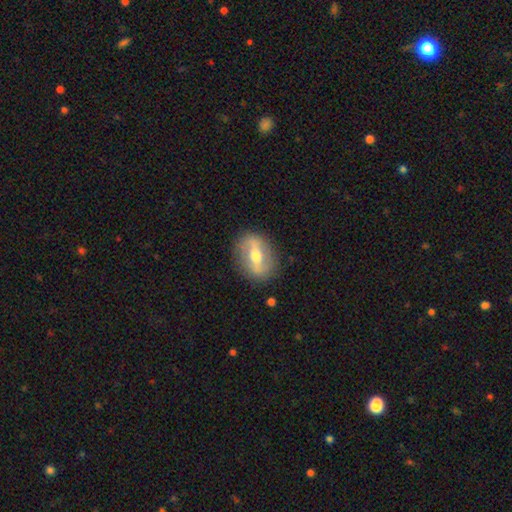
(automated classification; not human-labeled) Smooth or featured? Predicted: featured or disk (p=0.66). Edge-on disk? Predicted: no (p=0.82). Bar? Predicted: strong (p=0.60). Spiral arms? Predicted: no (p=0.60). Bulge size? Predicted: moderate (p=0.73). Merging? Predicted: none (p=0.84).